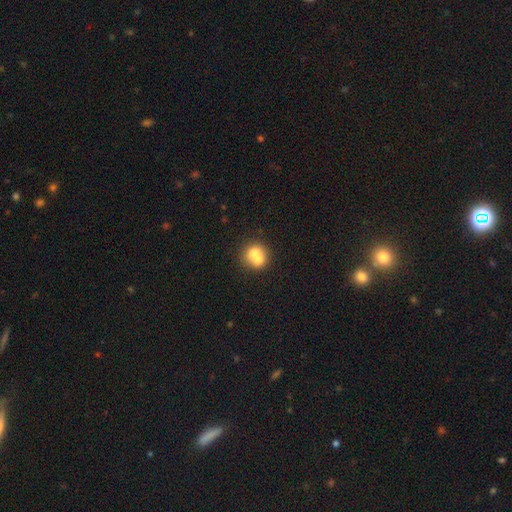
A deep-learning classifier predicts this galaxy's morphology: Smooth or featured?
  - smooth: 68% *
  - featured or disk: 23%
  - star or artifact: 9%
How rounded?
  - round: 77% *
  - in between: 22%
  - cigar-shaped: 1%
Merging?
  - merger: 59% *
  - none: 31%
  - minor disturbance: 7%
  - major disturbance: 3%